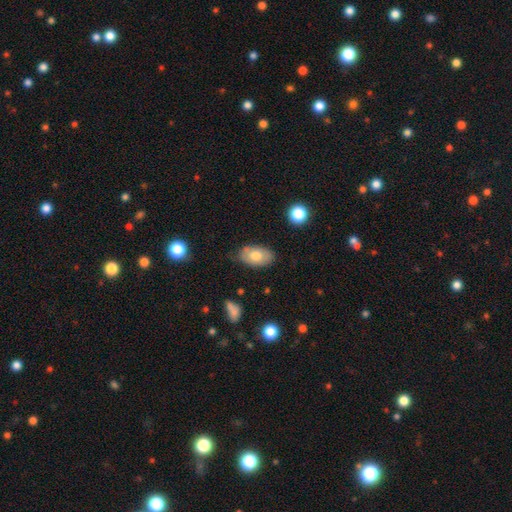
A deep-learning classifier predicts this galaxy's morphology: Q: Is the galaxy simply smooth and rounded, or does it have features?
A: smooth — 70%.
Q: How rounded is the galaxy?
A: in between — 91%.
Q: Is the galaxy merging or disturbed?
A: none — 77%.